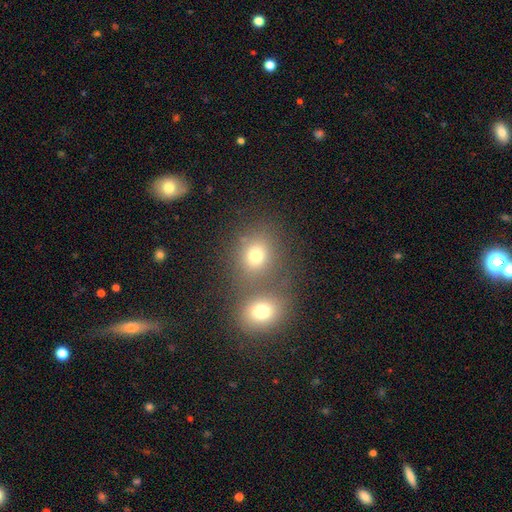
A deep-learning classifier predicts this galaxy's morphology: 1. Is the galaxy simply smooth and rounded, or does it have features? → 74% smooth, 16% star or artifact, 10% featured or disk.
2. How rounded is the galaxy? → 69% round, 30% in between, 1% cigar-shaped.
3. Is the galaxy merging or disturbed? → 51% none, 38% merger, 8% minor disturbance, 4% major disturbance.